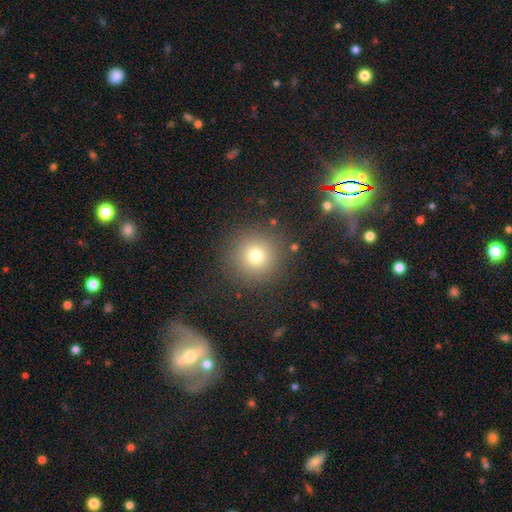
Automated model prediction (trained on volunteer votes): Overall: smooth (74%). How rounded: round (95%). Merging: none (87%).